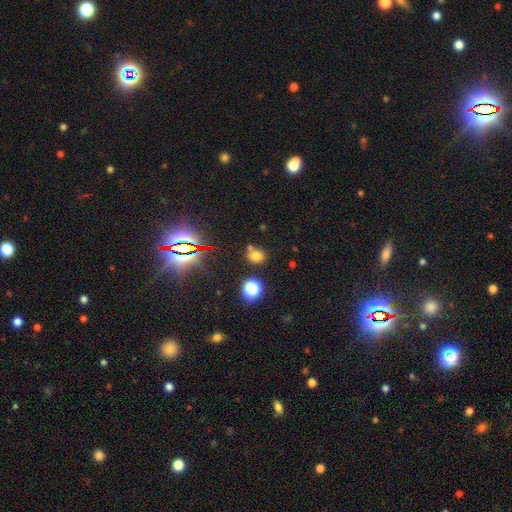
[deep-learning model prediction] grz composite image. It shows a smooth galaxy with no disk features (68%) that is round (67%). Merging: none (69%).